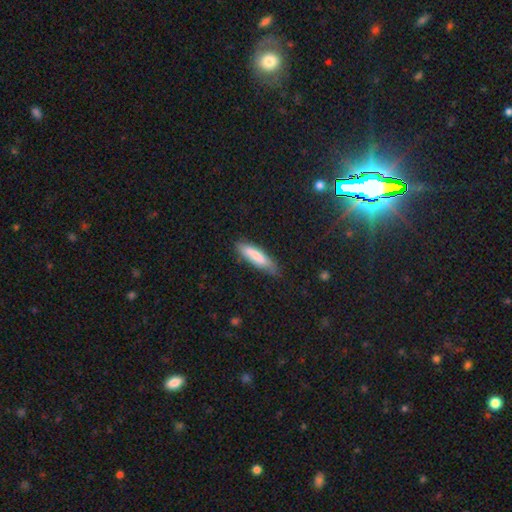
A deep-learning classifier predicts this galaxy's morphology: This appears to be a smooth galaxy with no disk features (79%) that is cigar-shaped (70%). Merging: none (77%).